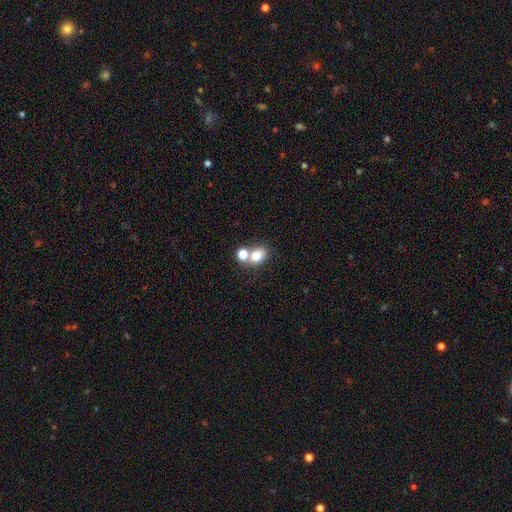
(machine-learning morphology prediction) The model was most divided on "how rounded": round: 53%, in between: 46%, cigar-shaped: 1%. Remaining: smooth or featured — smooth (76%); merging — none (48%).